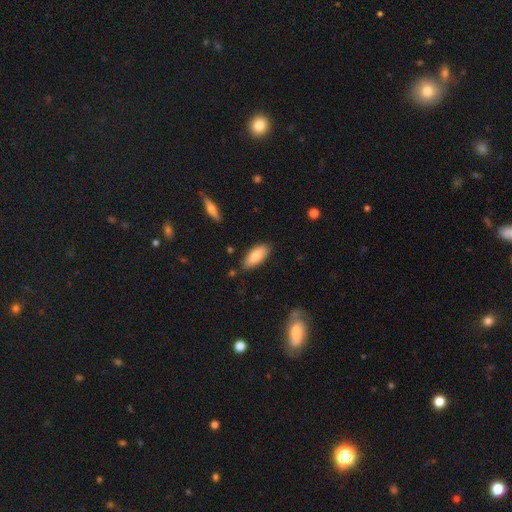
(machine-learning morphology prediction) Smooth or featured?
  - smooth: 79% *
  - featured or disk: 15%
  - star or artifact: 6%
How rounded?
  - in between: 81% *
  - cigar-shaped: 17%
  - round: 2%
Merging?
  - none: 82% *
  - minor disturbance: 13%
  - major disturbance: 2%
  - merger: 2%